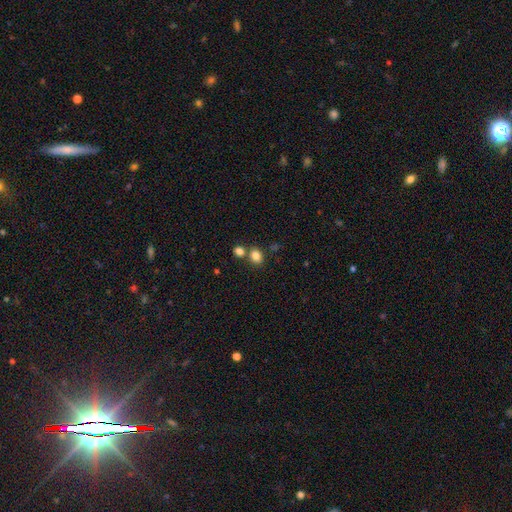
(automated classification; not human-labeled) Q: Smooth or featured?
A: smooth (83%); runner-up: star or artifact (11%)
Q: How rounded?
A: in between (52%); runner-up: round (48%)
Q: Merging?
A: none (63%); runner-up: merger (25%)